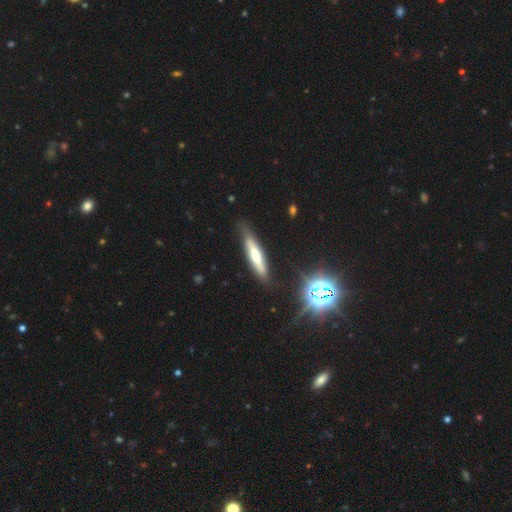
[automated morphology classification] Smooth or featured? smooth (46%, tied with featured or disk)
Merging? none (79%)